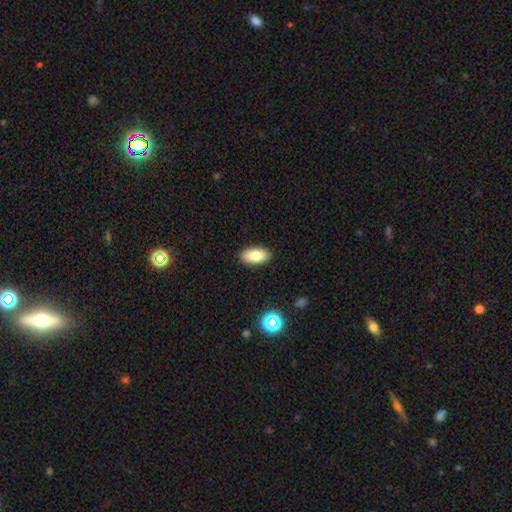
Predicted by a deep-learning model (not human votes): smooth-or-featured: smooth: 82% | featured or disk: 10% | star or artifact: 8%
  how-rounded: in between: 91% | cigar-shaped: 5% | round: 3%
  merging: none: 90% | minor disturbance: 8% | major disturbance: 2% | merger: 1%